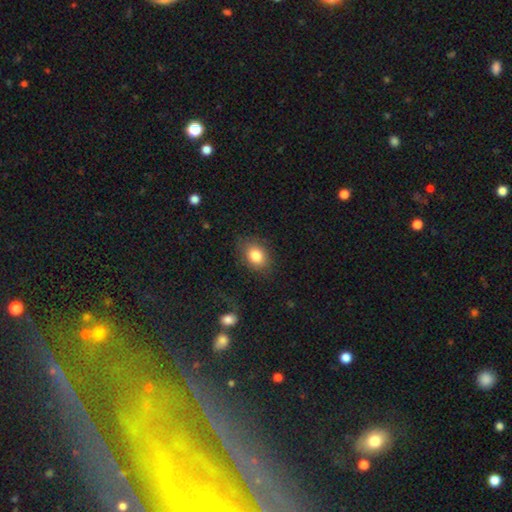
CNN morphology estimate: A smooth galaxy with no disk features (83%) that is in between round and cigar-shaped (72%).

Vote fractions:
- Smooth or featured? smooth: 83% / star or artifact: 8% / featured or disk: 8%
- How rounded? in between: 72% / round: 27% / cigar-shaped: 1%
- Merging? none: 78% / minor disturbance: 14% / major disturbance: 6% / merger: 2%